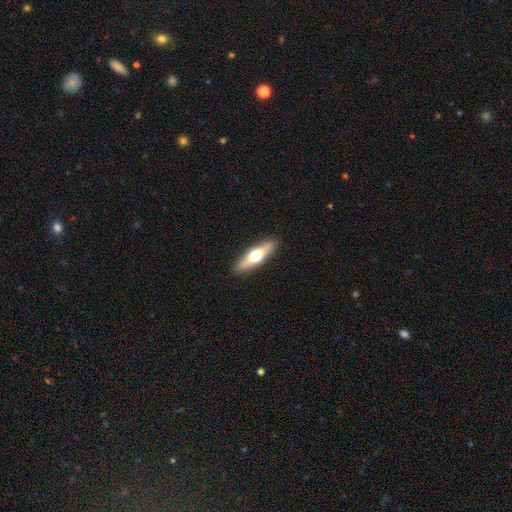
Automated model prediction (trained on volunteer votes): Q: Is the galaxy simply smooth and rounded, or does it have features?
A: featured or disk — 54%.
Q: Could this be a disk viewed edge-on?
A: yes — 91%.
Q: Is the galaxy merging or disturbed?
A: none — 90%.